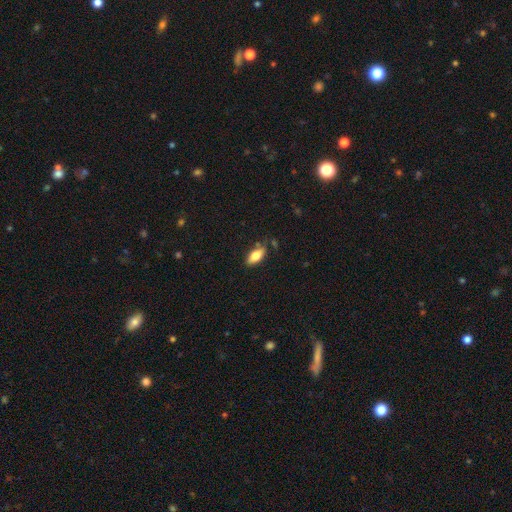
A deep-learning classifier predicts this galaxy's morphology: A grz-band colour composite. It shows a smooth galaxy with no disk features (75%) that is in between round and cigar-shaped (85%). Merging: none (76%).